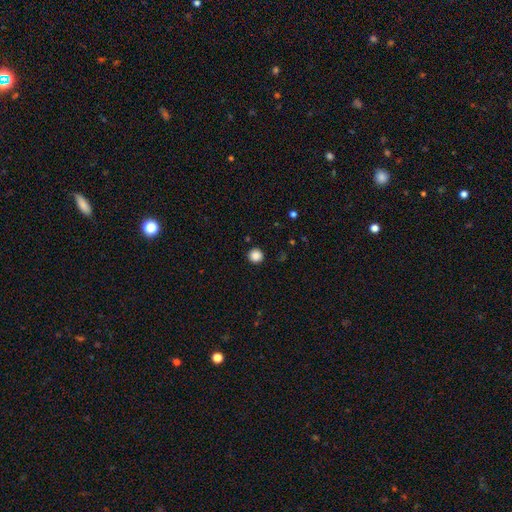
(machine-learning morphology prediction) Q: Smooth or featured?
A: smooth (87%); runner-up: star or artifact (10%)
Q: How rounded?
A: round (95%); runner-up: in between (4%)
Q: Merging?
A: none (92%); runner-up: minor disturbance (5%)